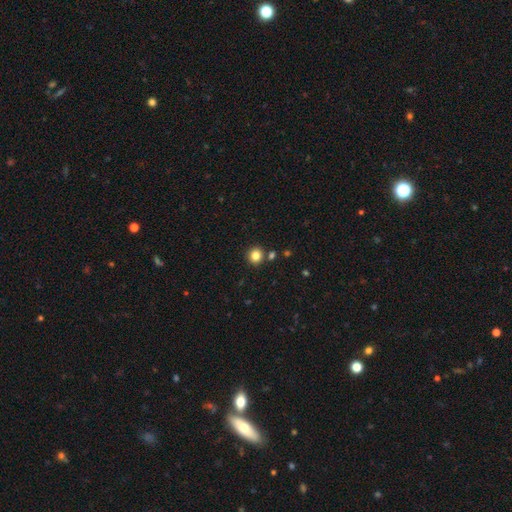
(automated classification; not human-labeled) This appears to be a smooth galaxy with no disk features (83%) that is round (90%). Merging: none (86%).